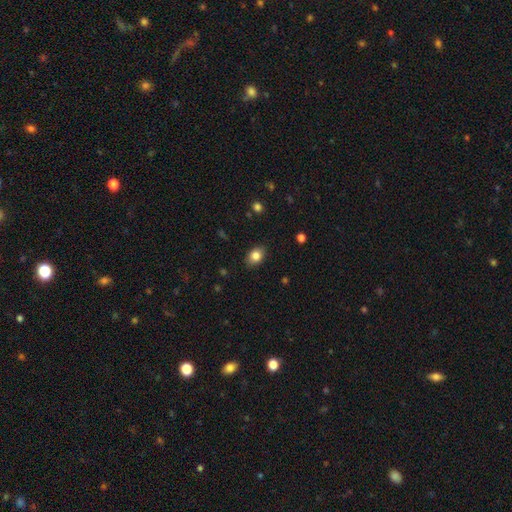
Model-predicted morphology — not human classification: smooth_or_featured: smooth (p=0.83) [alt: star or artifact p=0.09]
how_rounded: in between (p=0.70) [alt: round p=0.29]
merging: none (p=0.85) [alt: minor disturbance p=0.12]